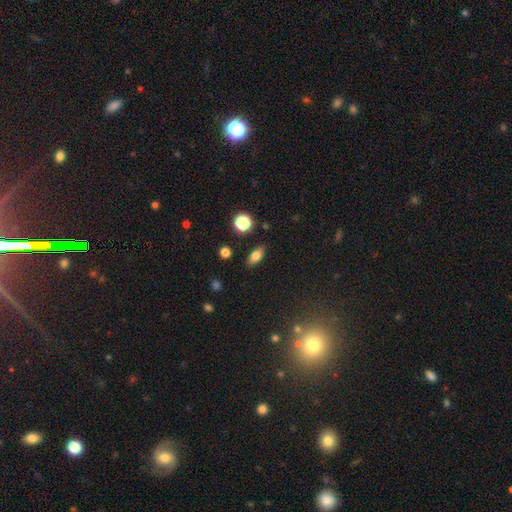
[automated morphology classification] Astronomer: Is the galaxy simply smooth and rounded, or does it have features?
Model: smooth — 75%.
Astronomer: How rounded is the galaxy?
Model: in between — 78%.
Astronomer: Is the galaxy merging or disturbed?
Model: none — 86%.